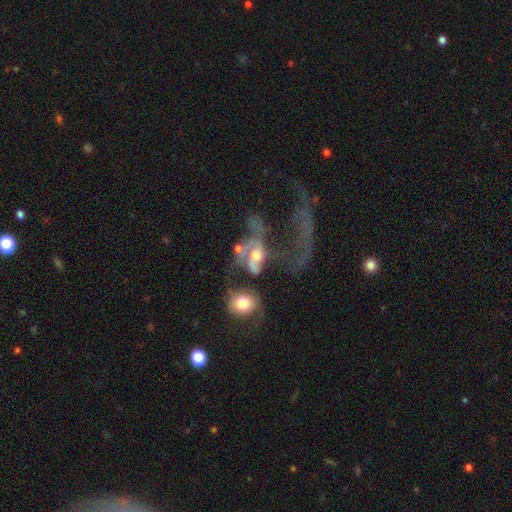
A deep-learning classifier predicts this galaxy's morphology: A featured or disk galaxy (65%) with no bar (66%), spiral arms (64%) and a moderate central bulge (57%).

Vote fractions:
- Smooth or featured? featured or disk: 65% / smooth: 24% / star or artifact: 11%
- Edge-on disk? no: 94% / yes: 6%
- Bar? no: 66% / weak: 25% / strong: 8%
- Spiral arms? yes: 64% / no: 36%
- Bulge size? moderate: 57% / small: 23% / large: 13% / none: 5% / dominant: 2%
- Merging? major disturbance: 41% (tied) / merger: 41% (tied) / none: 11% / minor disturbance: 6%